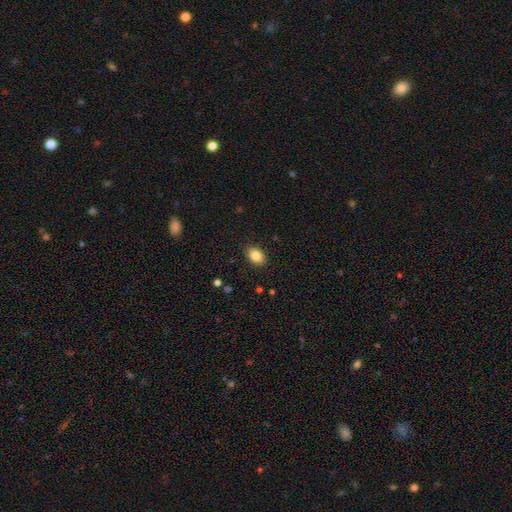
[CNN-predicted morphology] smooth 84%, star or artifact 8%, featured or disk 7%. Down the decision tree: how rounded — in between (82%); merging — none (88%).